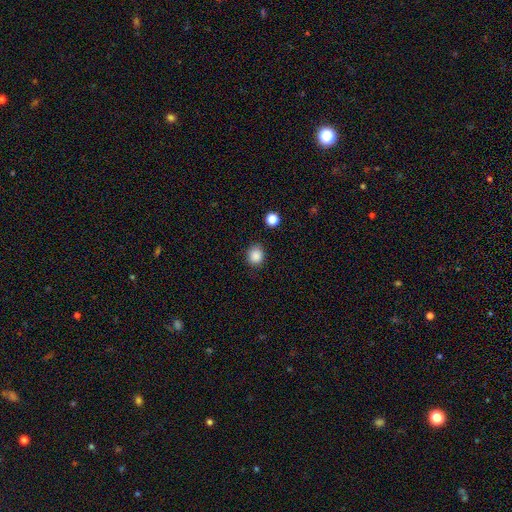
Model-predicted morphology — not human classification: This appears to be a smooth galaxy with no disk features (87%) that is round (73%). Merging: none (83%).